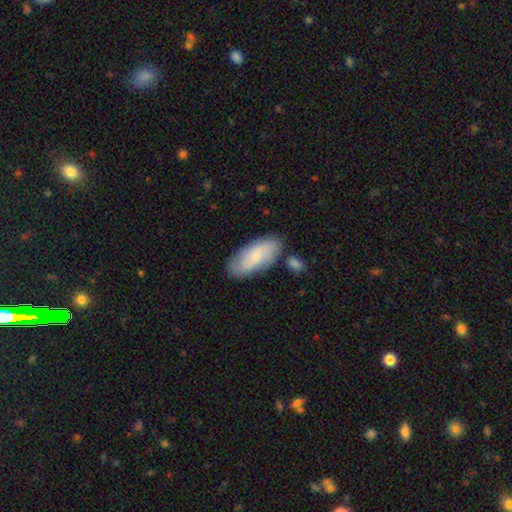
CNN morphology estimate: This is possibly a smooth galaxy (56%). How rounded: clearly in between (82%). Merging: likely none (75%).